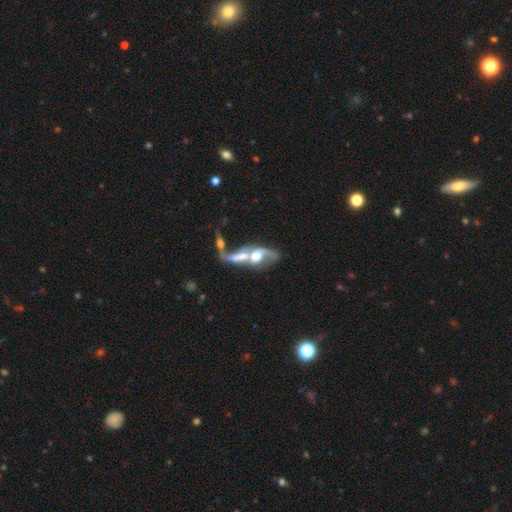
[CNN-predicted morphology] type=featured or disk (68%); edge-on=no (90%); bar=no (67%); spiral arms=yes (67%); bulge=moderate (45%); merging=merger (70%).